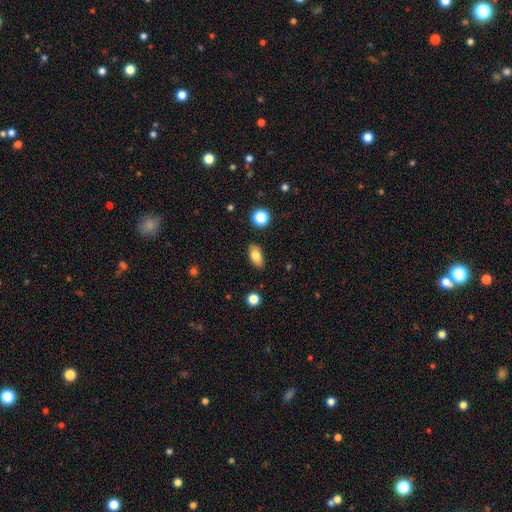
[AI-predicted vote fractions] smooth 80%, featured or disk 12%, star or artifact 8%. Down the decision tree: how rounded — in between (87%); merging — none (86%).